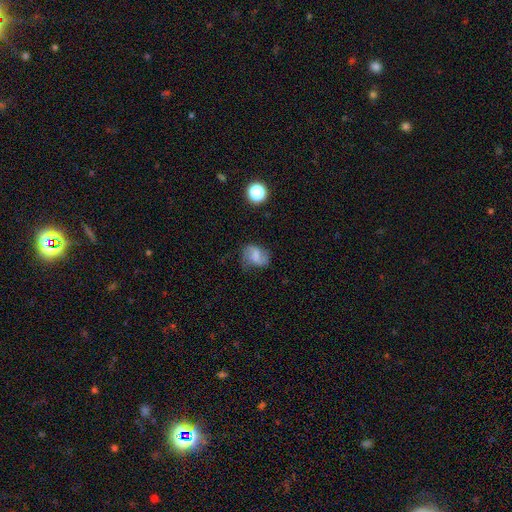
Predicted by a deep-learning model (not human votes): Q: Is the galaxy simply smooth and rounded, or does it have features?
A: smooth — 46%.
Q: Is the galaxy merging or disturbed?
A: none — 61%.